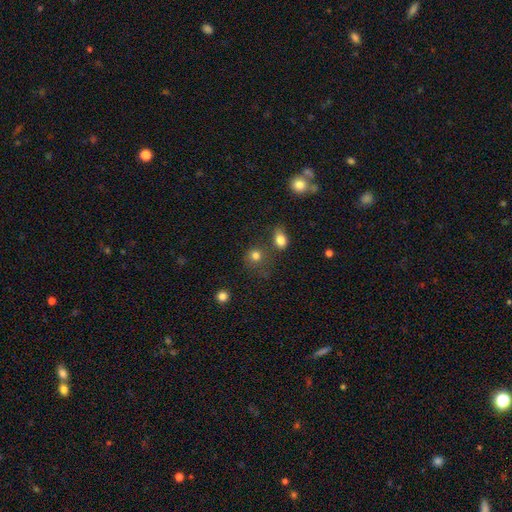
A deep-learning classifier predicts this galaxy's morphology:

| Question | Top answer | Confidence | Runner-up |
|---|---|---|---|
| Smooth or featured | smooth | 79% | star or artifact (13%) |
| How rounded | round | 79% | in between (20%) |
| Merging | none | 60% | minor disturbance (16%) |